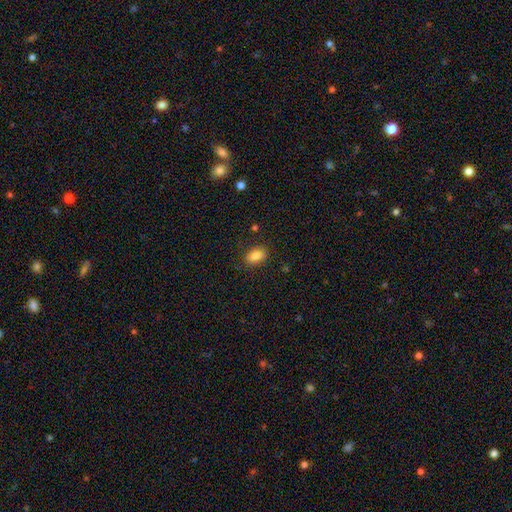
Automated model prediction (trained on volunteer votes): The model was most divided on "merging": none: 86%, minor disturbance: 10%, major disturbance: 3%, merger: 1%. More confident: how rounded — in between (89%); smooth or featured — smooth (86%).